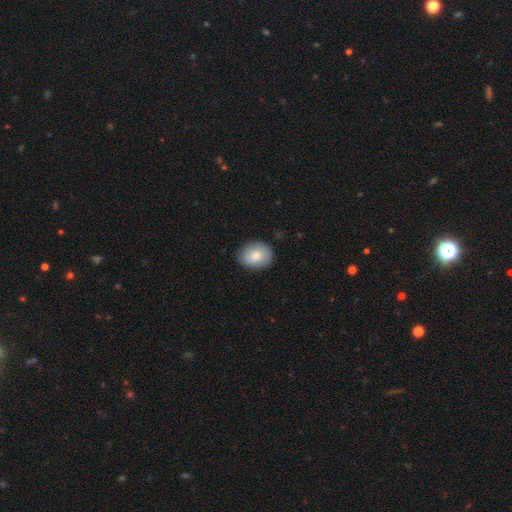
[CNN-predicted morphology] Smooth or featured? smooth (79%)
How rounded? round (54%)
Merging? none (85%)